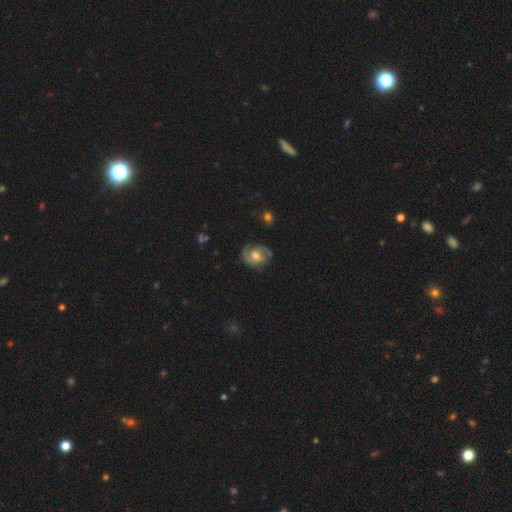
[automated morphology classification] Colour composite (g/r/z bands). It shows a featured or disk galaxy (79%) with no bar (53%), 2 (65%) medium (45%) spiral arms (95%) and a moderate central bulge (67%). Merging: none (72%).